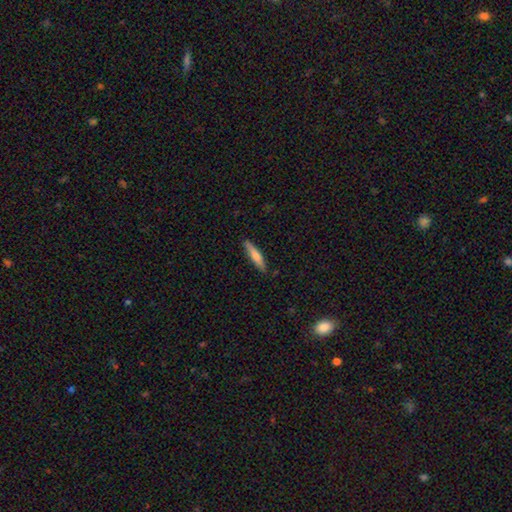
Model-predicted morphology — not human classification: This appears to be a smooth galaxy with no disk features (62%) that is cigar-shaped (87%). Merging: none (87%).